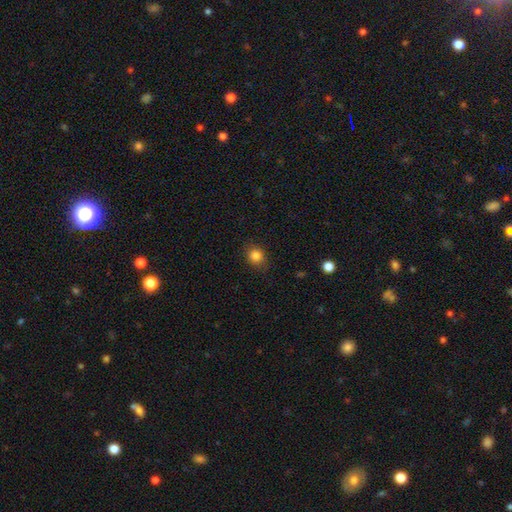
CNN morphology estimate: Smooth or featured: smooth — 83% (star or artifact — 11%)
How rounded: round — 71% (in between — 28%)
Merging: none — 85% (minor disturbance — 11%)